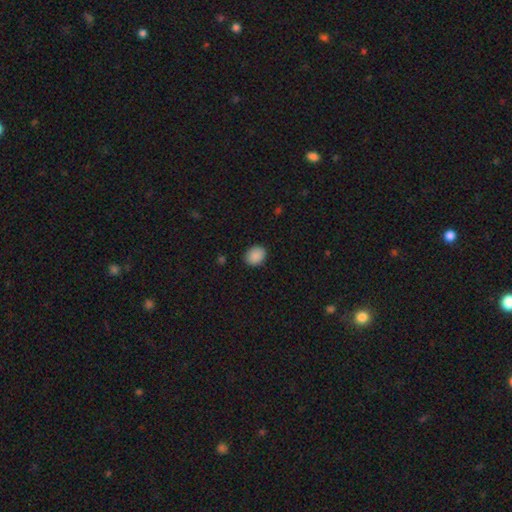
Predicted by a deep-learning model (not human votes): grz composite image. It shows a smooth galaxy with no disk features (89%) that is in between round and cigar-shaped (51%). Merging: none (87%).